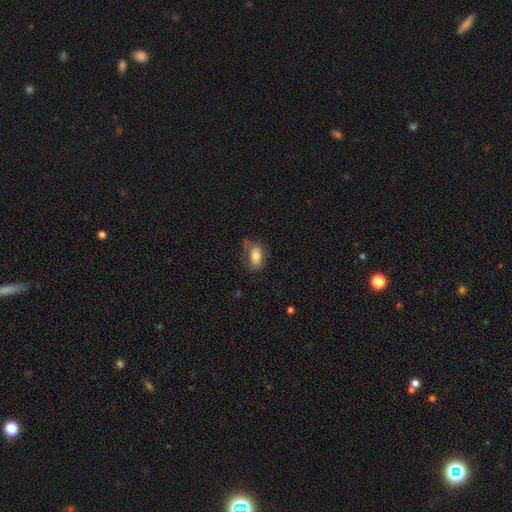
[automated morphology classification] Overall: smooth (75%). How rounded: in between (90%). Merging: none (49%; minor disturbance 30%).